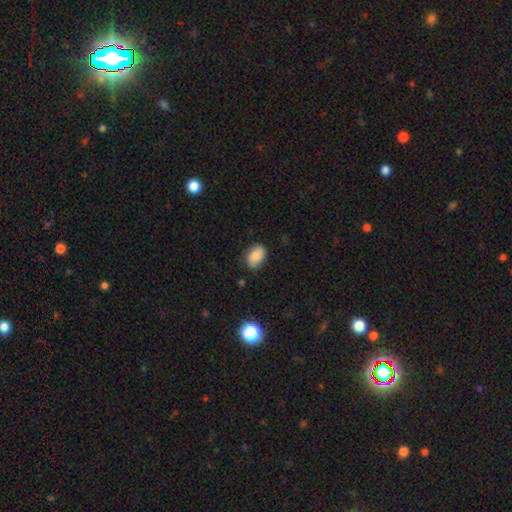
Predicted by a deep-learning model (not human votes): The model was most divided on "merging": none: 72%, minor disturbance: 22%, major disturbance: 5%, merger: 2%. More confident: how rounded — in between (84%); smooth or featured — smooth (79%).